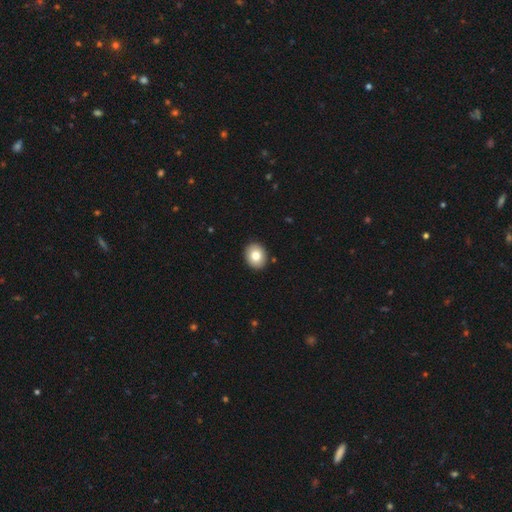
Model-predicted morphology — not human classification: A smooth galaxy with no disk features (80%) that is round (59%). Merging: none (91%).